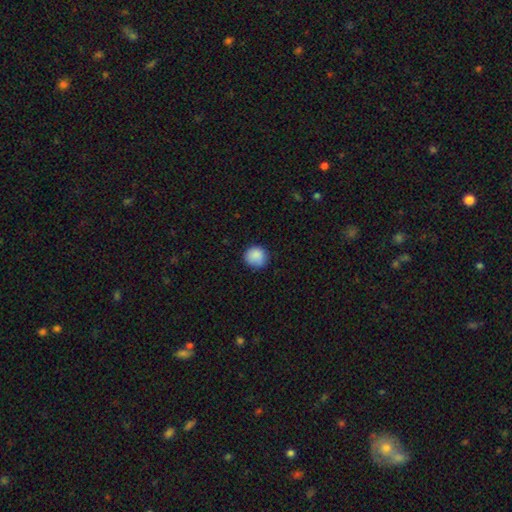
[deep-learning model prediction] smooth-or-featured: smooth: 88% | star or artifact: 8% | featured or disk: 4%
  how-rounded: round: 89% | in between: 10% | cigar-shaped: 1%
  merging: none: 83% | minor disturbance: 13% | major disturbance: 3% | merger: 1%